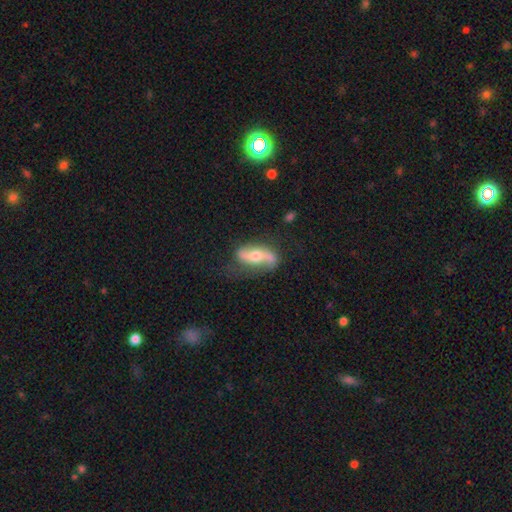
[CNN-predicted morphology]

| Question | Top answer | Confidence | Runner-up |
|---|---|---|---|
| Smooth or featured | featured or disk | 72% | smooth (22%) |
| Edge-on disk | no | 86% | yes (14%) |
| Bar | no | 48% | weak (27%) |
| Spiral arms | yes | 88% | no (12%) |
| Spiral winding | loose | 72% | medium (20%) |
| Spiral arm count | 2 | 88% | can't tell (5%) |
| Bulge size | moderate | 64% | small (29%) |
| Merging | none | 65% | minor disturbance (22%) |